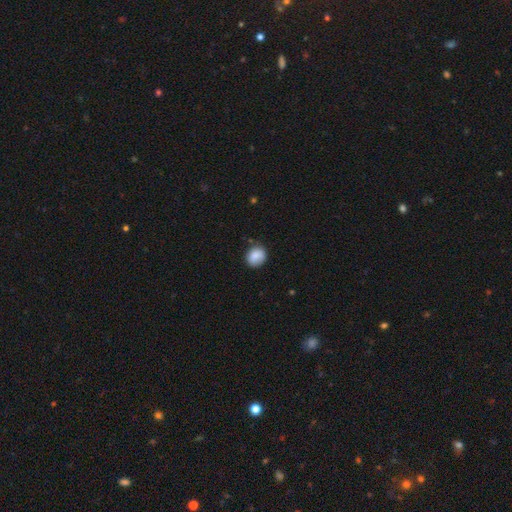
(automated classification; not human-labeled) A smooth galaxy with no disk features (86%) that is round (66%). Merging: none (77%).